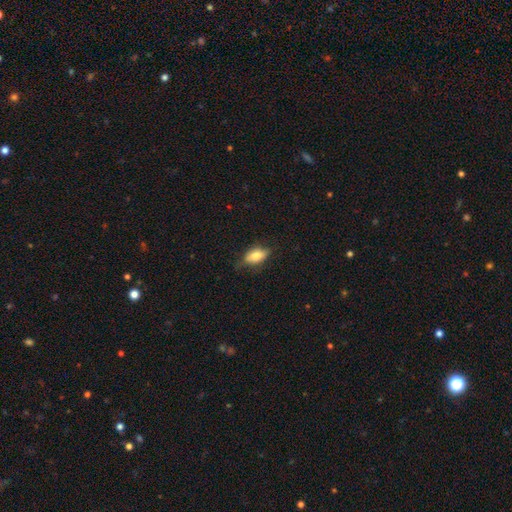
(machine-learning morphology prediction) smooth 73%, featured or disk 19%, star or artifact 7%. Down the decision tree: how rounded — in between (85%); merging — none (68%).